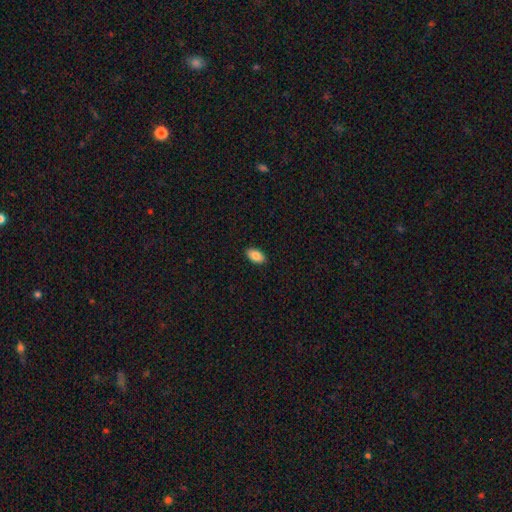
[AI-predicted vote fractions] Smooth or featured? smooth (85%)
How rounded? in between (93%)
Merging? none (90%)